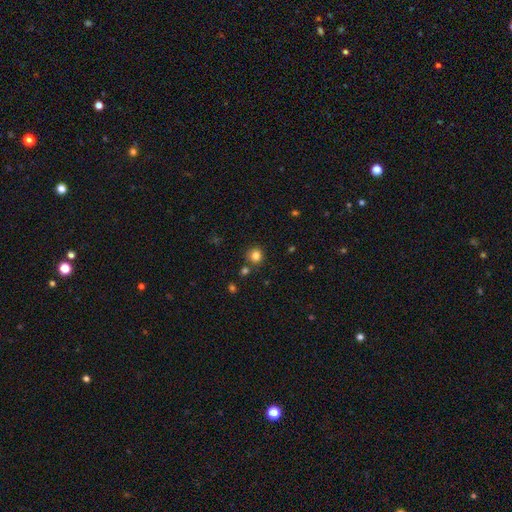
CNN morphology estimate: This is clearly a smooth galaxy (82%). How rounded: clearly round (91%). Merging: clearly none (81%).